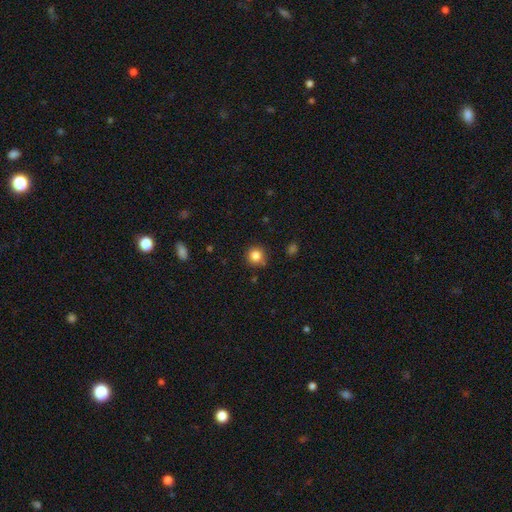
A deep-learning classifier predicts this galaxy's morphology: A smooth galaxy with no disk features (83%) that is round (93%).

Vote fractions:
- Smooth or featured? smooth: 83% / star or artifact: 11% / featured or disk: 6%
- How rounded? round: 93% / in between: 6% / cigar-shaped: 1%
- Merging? none: 87% / minor disturbance: 8% / merger: 2% / major disturbance: 2%